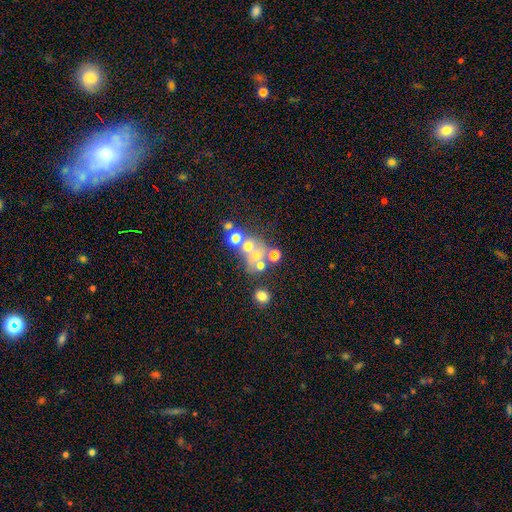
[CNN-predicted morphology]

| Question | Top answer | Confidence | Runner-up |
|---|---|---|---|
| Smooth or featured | smooth | 46% | featured or disk (32%) |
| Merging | merger | 46% | none (36%) |